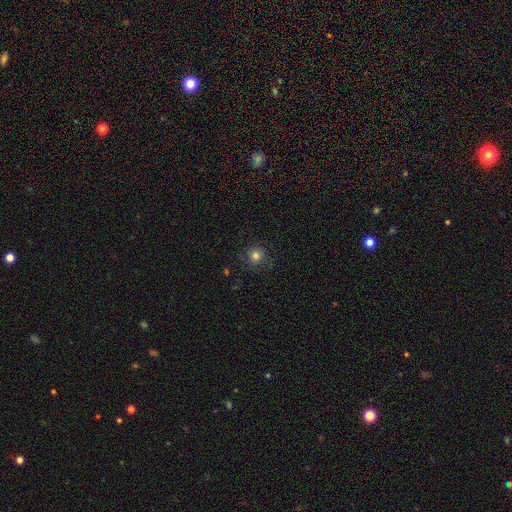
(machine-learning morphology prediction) This appears to be a smooth galaxy with no disk features (75%) that is round (93%). Merging: none (82%).